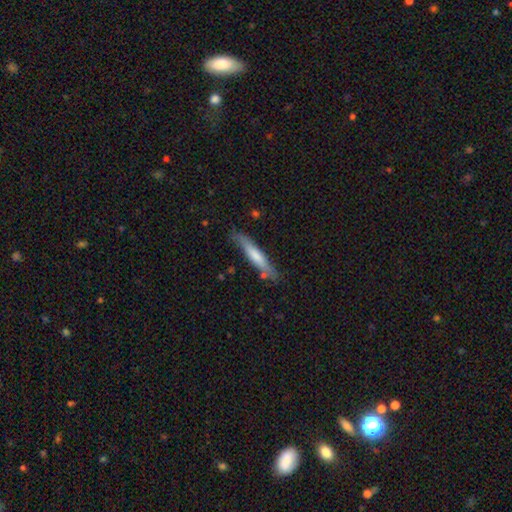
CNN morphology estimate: smooth-or-featured: smooth: 64% | featured or disk: 31% | star or artifact: 5%
  how-rounded: cigar-shaped: 90% | in between: 9% | round: 1%
  merging: none: 76% | minor disturbance: 17% | major disturbance: 3% | merger: 3%